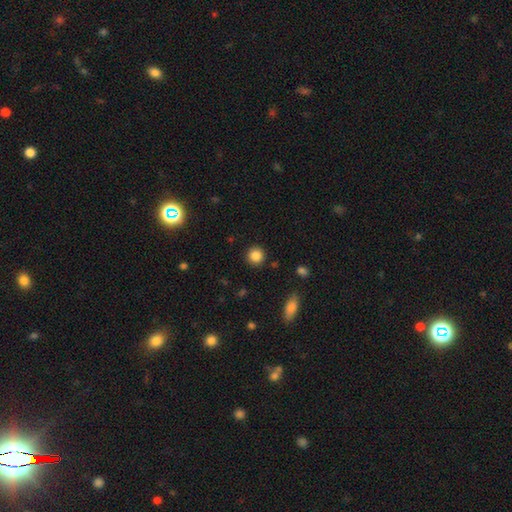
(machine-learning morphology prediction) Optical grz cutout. It shows a smooth galaxy with no disk features (86%) that is round (92%). Merging: none (91%).